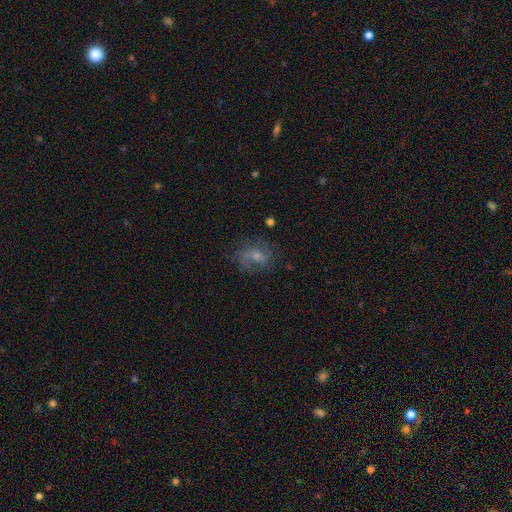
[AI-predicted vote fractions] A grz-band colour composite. It shows a featured or disk galaxy (63%) with no bar (52%), 2 (66%) medium (46%) spiral arms (86%) and a moderate central bulge (41%). Merging: none (66%).